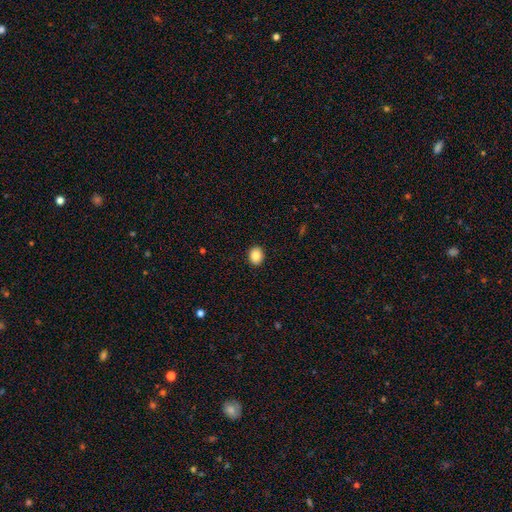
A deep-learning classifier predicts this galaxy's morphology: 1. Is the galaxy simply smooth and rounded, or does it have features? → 87% smooth, 9% star or artifact, 4% featured or disk.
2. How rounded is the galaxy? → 58% round, 41% in between, 1% cigar-shaped.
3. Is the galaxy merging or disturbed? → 92% none, 6% minor disturbance, 2% major disturbance, 1% merger.